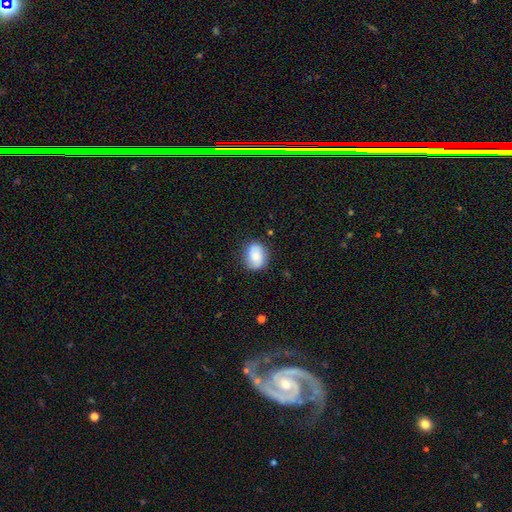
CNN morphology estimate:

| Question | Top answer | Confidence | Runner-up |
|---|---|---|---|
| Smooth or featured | smooth | 73% | featured or disk (19%) |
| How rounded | in between | 50% | round (49%) |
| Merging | none | 79% | minor disturbance (16%) |